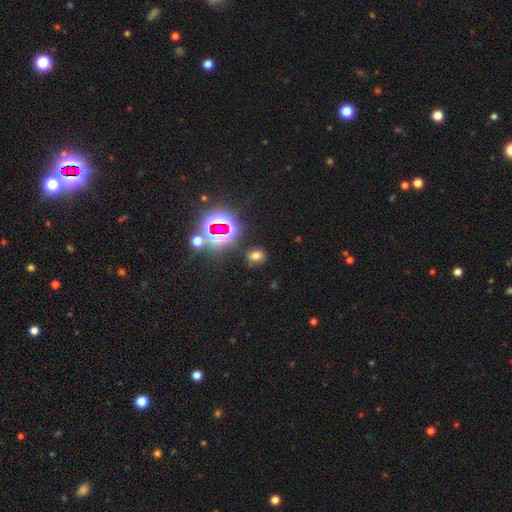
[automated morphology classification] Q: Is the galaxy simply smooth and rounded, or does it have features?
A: smooth — 60%.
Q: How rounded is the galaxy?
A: in between — 55%.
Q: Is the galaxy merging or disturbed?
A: none — 81%.